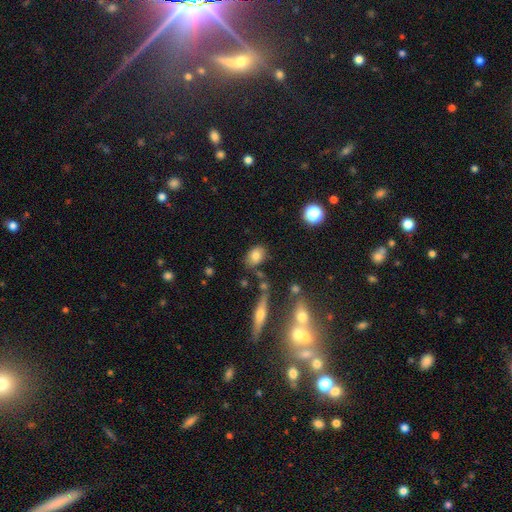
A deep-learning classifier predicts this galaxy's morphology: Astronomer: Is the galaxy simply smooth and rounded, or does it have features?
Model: smooth — 79%.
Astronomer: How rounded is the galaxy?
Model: in between — 78%.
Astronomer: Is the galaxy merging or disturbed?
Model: none — 77%.